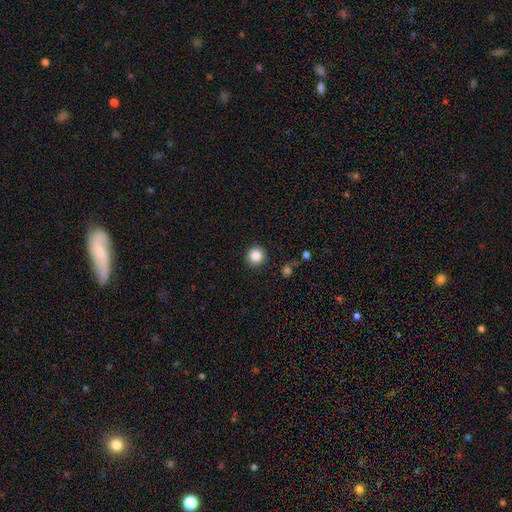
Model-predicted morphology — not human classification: Smooth or featured: smooth — 85% (star or artifact — 10%)
How rounded: round — 94% (in between — 6%)
Merging: none — 90% (minor disturbance — 6%)